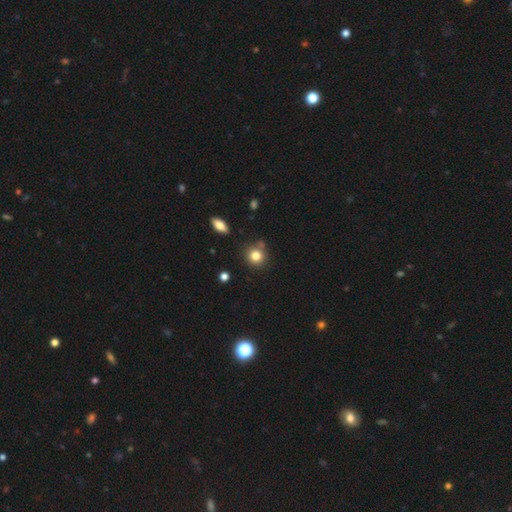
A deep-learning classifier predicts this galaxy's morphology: smooth 81%, star or artifact 11%, featured or disk 8%. Down the decision tree: how rounded — round (87%); merging — none (75%).